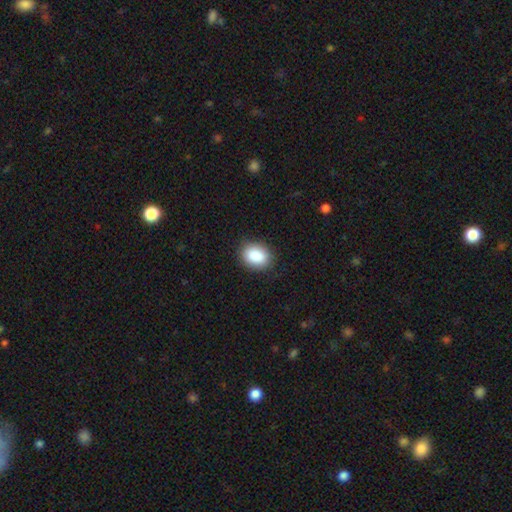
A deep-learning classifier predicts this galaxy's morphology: Overall: smooth (89%). How rounded: in between (66%; round 33%). Merging: none (88%).